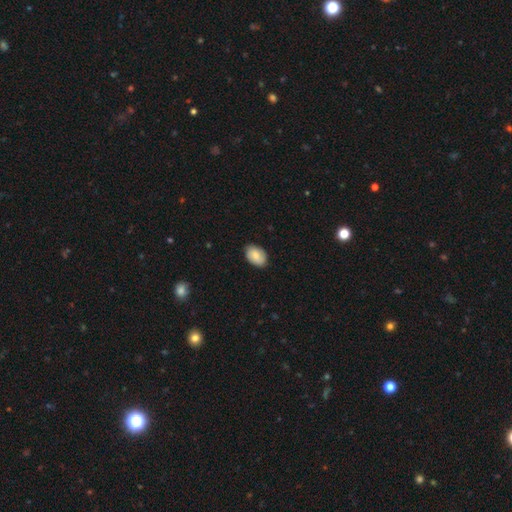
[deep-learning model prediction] This appears to be a smooth galaxy with no disk features (81%) that is in between round and cigar-shaped (87%). Merging: none (85%).